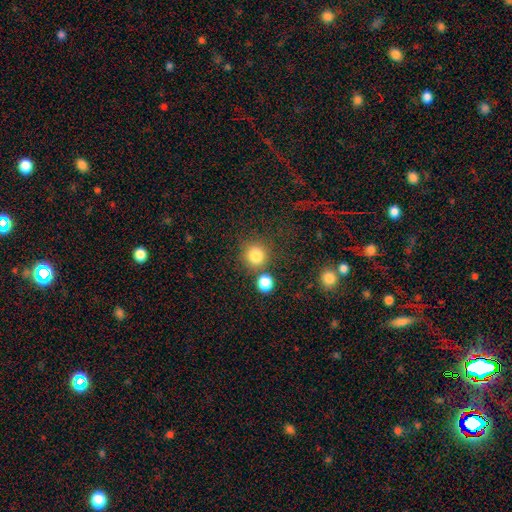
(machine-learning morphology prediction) type=smooth (82%); roundness=round (92%); merging=none (73%).